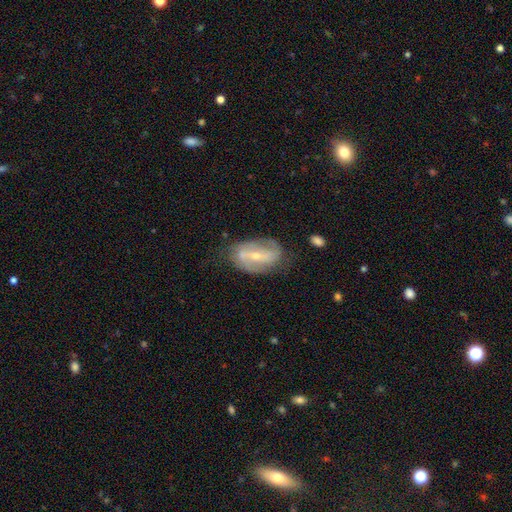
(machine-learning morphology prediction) Overall: featured or disk (80%). Edge-on disk: no (94%). Bar: strong (54%; weak 29%). Spiral arms: yes (84%). Spiral arm count: 2 (82%). Spiral winding: medium (41%; loose 33%). Bulge size: small (64%; moderate 32%). Merging: none (68%).